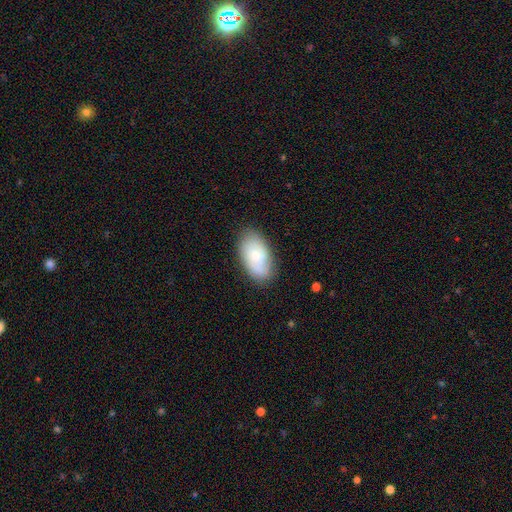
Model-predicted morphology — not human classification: Overall: smooth (57%; featured or disk 35%). How rounded: in between (93%). Merging: none (79%).